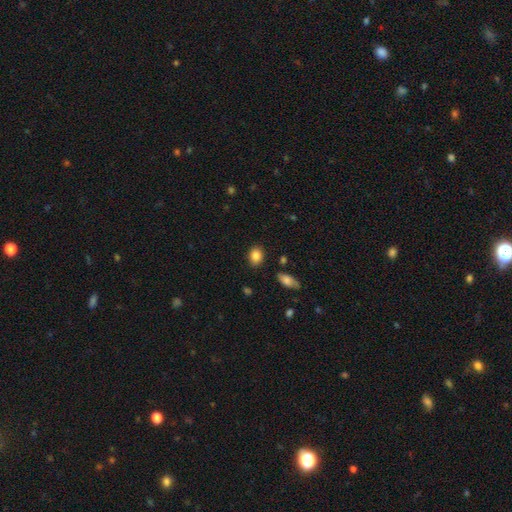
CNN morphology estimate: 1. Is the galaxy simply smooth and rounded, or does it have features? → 86% smooth, 9% star or artifact, 5% featured or disk.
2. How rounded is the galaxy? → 58% in between, 40% round, 1% cigar-shaped.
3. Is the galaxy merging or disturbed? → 85% none, 10% minor disturbance, 2% major disturbance, 2% merger.